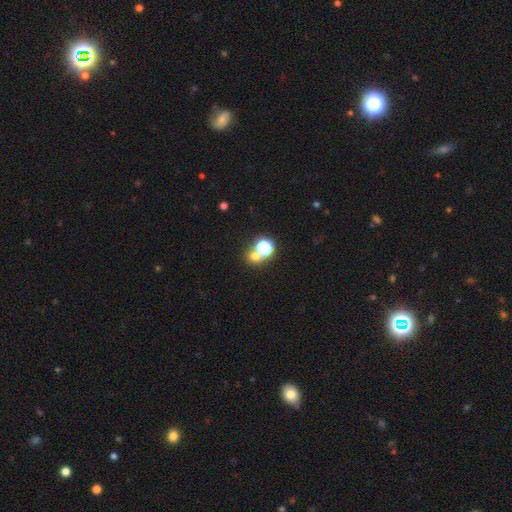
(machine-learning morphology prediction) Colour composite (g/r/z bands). It shows a smooth galaxy with no disk features (57%) that is round (83%). Merging: none (58%).